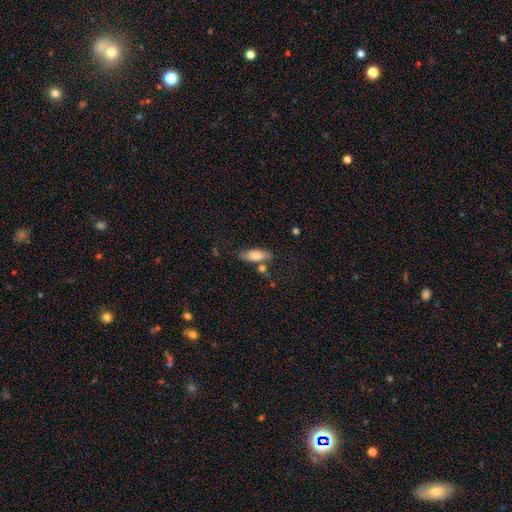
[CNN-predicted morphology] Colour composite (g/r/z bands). It shows a smooth galaxy with no disk features (74%) that is in between round and cigar-shaped (79%). Merging: none (63%).